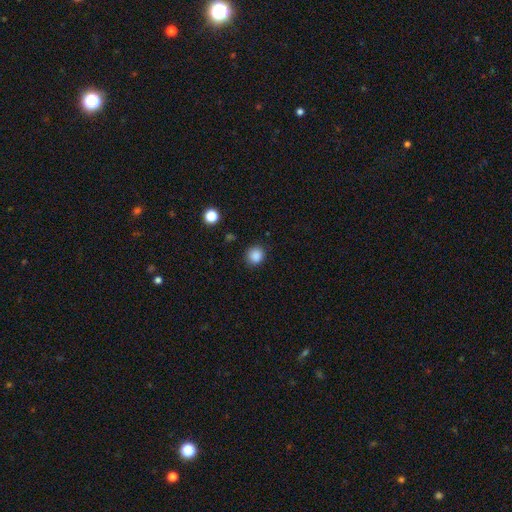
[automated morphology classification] Overall: smooth (87%). How rounded: round (85%). Merging: none (87%).